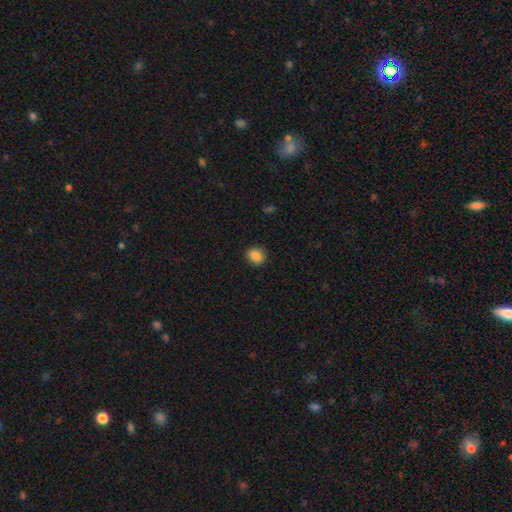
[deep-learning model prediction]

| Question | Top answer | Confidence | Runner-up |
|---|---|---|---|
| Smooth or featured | smooth | 87% | star or artifact (9%) |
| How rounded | round | 52% | in between (47%) |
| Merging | none | 90% | minor disturbance (7%) |